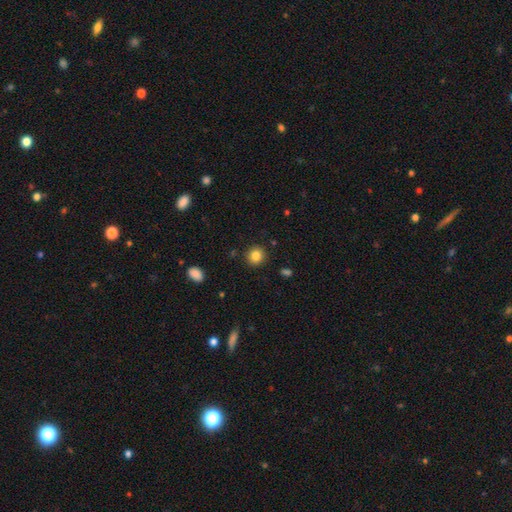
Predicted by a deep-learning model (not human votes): This appears to be a smooth galaxy with no disk features (84%) that is round (88%). Merging: none (90%).